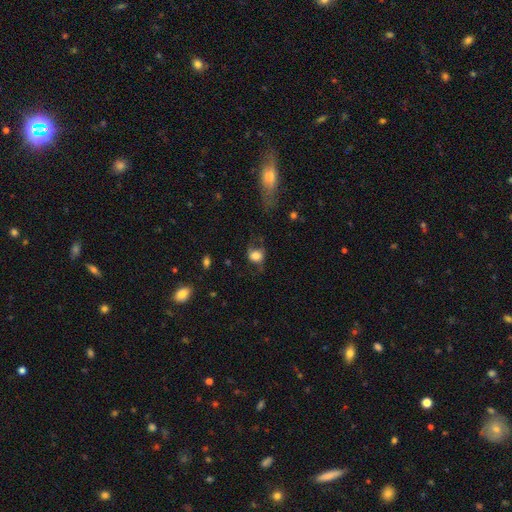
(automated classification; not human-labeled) This is likely a smooth galaxy (64%). How rounded: likely round (64%). Merging: possibly none (48%).